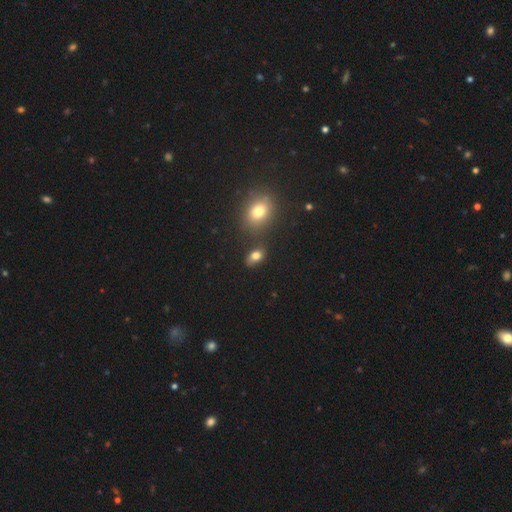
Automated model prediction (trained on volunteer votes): Smooth or featured?
  - smooth: 78% *
  - star or artifact: 13%
  - featured or disk: 9%
How rounded?
  - in between: 76% *
  - round: 22%
  - cigar-shaped: 2%
Merging?
  - none: 67% *
  - minor disturbance: 16%
  - merger: 12%
  - major disturbance: 5%